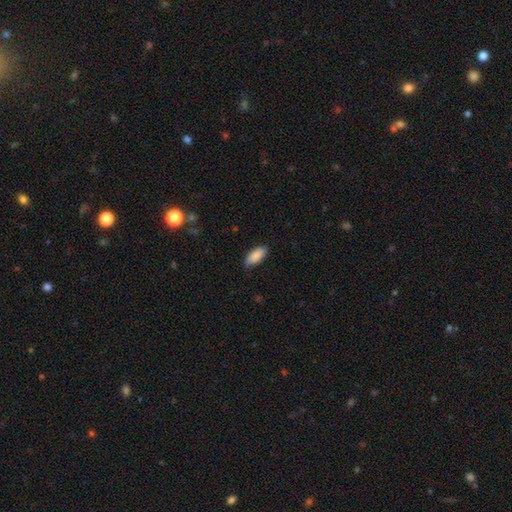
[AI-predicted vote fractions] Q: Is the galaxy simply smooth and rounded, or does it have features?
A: smooth — 87%.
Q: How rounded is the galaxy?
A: in between — 87%.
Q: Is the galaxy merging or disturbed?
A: none — 81%.